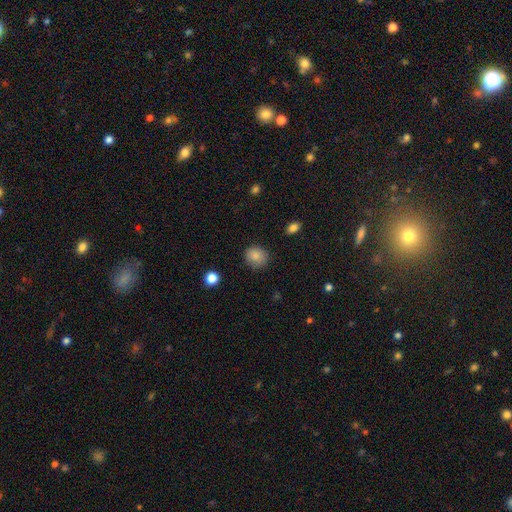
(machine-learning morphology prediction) This appears to be a smooth galaxy with no disk features (85%) that is round (78%). Merging: none (81%).